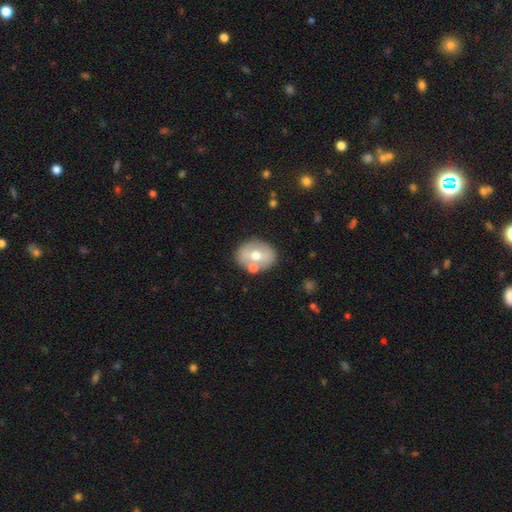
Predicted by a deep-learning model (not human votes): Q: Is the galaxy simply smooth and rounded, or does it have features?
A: smooth — 56%.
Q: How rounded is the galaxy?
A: in between — 54%.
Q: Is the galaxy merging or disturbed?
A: none — 72%.